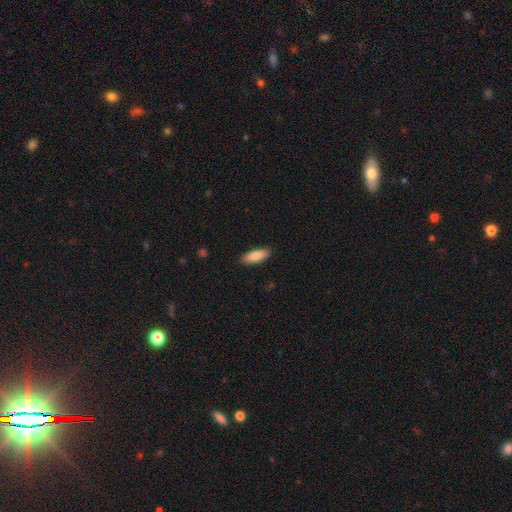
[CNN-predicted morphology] The model was most divided on "how rounded": in between: 68%, cigar-shaped: 31%, round: 2%. More confident: smooth or featured — smooth (88%); merging — none (88%).